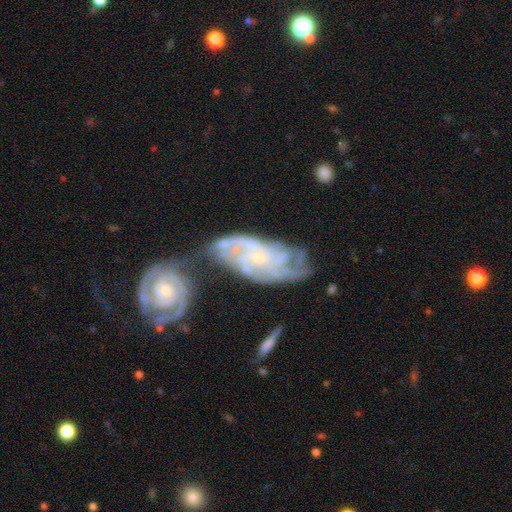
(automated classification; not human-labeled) Smooth or featured?
  - featured or disk: 87% *
  - smooth: 7%
  - star or artifact: 6%
Edge-on disk?
  - no: 95% *
  - yes: 5%
Bar?
  - no: 64% *
  - weak: 29%
  - strong: 7%
Spiral arms?
  - yes: 97% *
  - no: 3%
Spiral winding?
  - tight: 58% *
  - medium: 33%
  - loose: 9%
Spiral arm count?
  - can't tell: 27% *
  - 3: 25%
  - 2: 20%
  - 4: 15%
  - more than 4: 6%
  - 1: 5%
Bulge size?
  - small: 78% *
  - moderate: 15%
  - none: 5%
  - large: 1%
  - dominant: 1%
Merging?
  - none: 38% *
  - merger: 34%
  - minor disturbance: 18%
  - major disturbance: 10%